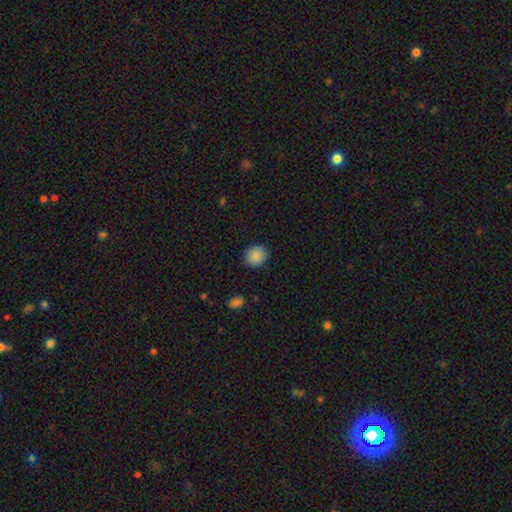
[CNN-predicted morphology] smooth 88%, star or artifact 8%, featured or disk 3%. Down the decision tree: how rounded — round (78%); merging — none (88%).